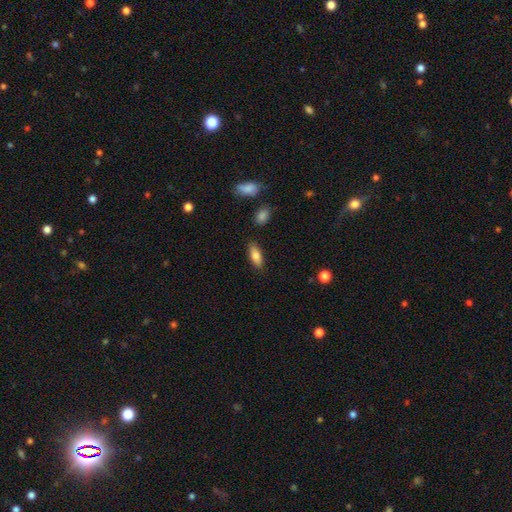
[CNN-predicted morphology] This appears to be a smooth galaxy with no disk features (78%) that is in between round and cigar-shaped (74%). Merging: none (85%).